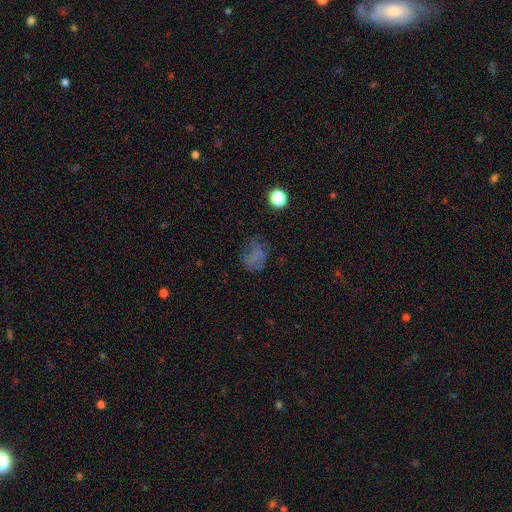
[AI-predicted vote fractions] A smooth galaxy with no disk features (53%) that is round (53%). Merging: none (49%).